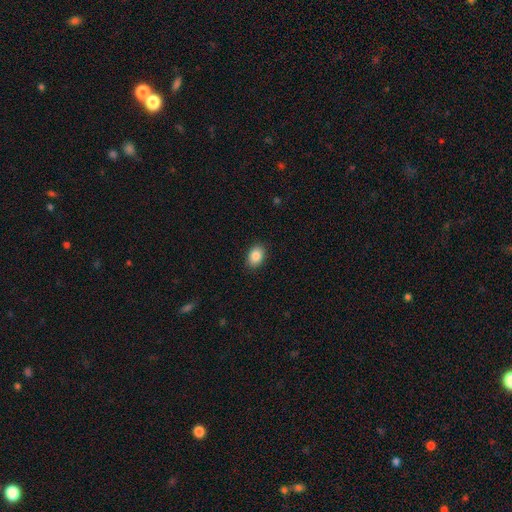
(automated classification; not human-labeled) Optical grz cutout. It shows a smooth galaxy with no disk features (87%) that is in between round and cigar-shaped (79%). Merging: none (89%).